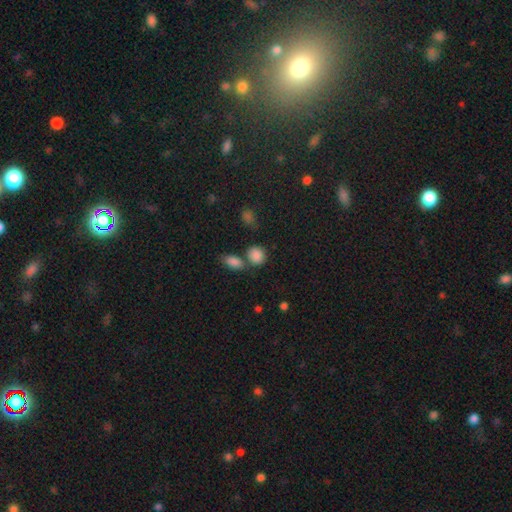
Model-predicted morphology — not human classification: Smooth or featured?
  - smooth: 86% *
  - star or artifact: 9%
  - featured or disk: 5%
How rounded?
  - round: 66% *
  - in between: 32%
  - cigar-shaped: 2%
Merging?
  - none: 56% *
  - merger: 28%
  - minor disturbance: 12%
  - major disturbance: 4%